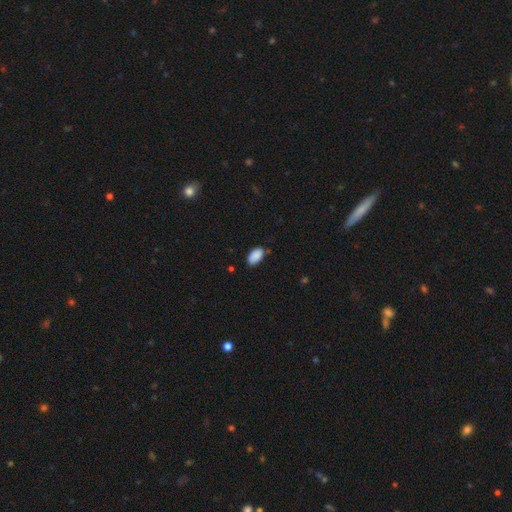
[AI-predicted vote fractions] Q: Smooth or featured?
A: smooth (90%); runner-up: star or artifact (7%)
Q: How rounded?
A: in between (95%); runner-up: round (4%)
Q: Merging?
A: none (78%); runner-up: minor disturbance (17%)